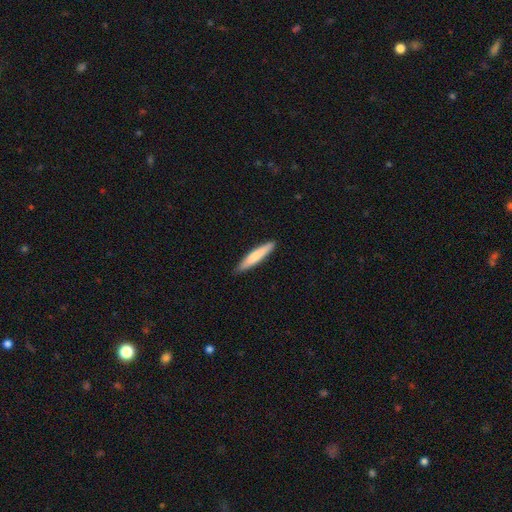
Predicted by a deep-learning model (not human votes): smooth-or-featured: smooth: 74% | featured or disk: 21% | star or artifact: 5%
  how-rounded: cigar-shaped: 91% | in between: 8% | round: 1%
  merging: none: 87% | minor disturbance: 11% | major disturbance: 2% | merger: 1%